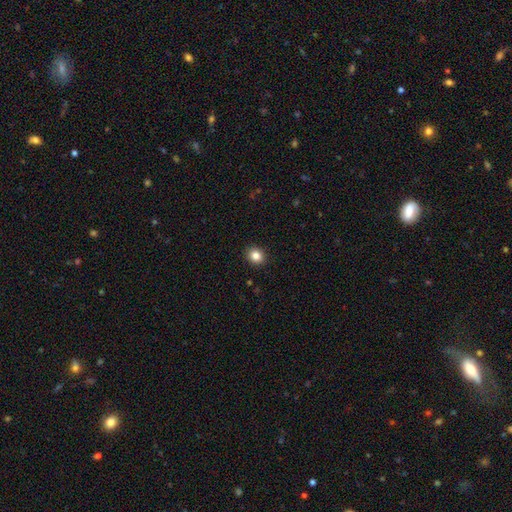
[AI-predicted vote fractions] This appears to be a smooth galaxy with no disk features (85%) that is round (68%). Merging: none (91%).